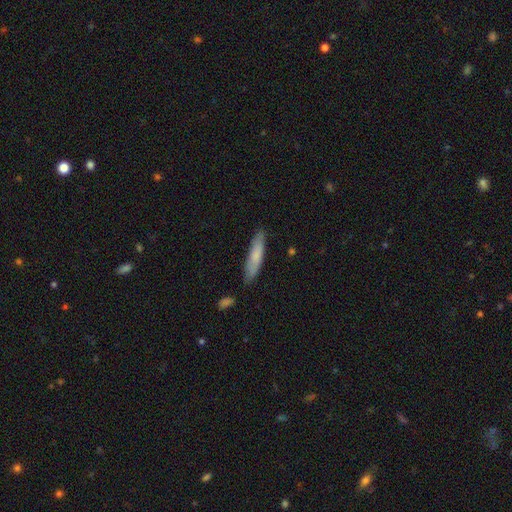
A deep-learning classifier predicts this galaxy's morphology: Q: Smooth or featured?
A: smooth (74%); runner-up: featured or disk (20%)
Q: How rounded?
A: cigar-shaped (83%); runner-up: in between (16%)
Q: Merging?
A: none (82%); runner-up: minor disturbance (14%)